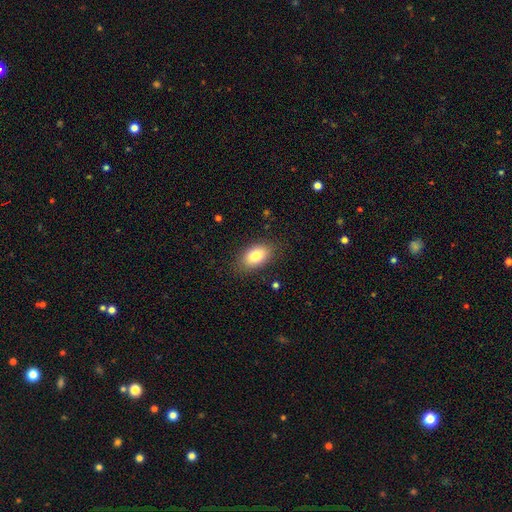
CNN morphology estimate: This is clearly a smooth galaxy (82%). How rounded: clearly in between (90%). Merging: clearly none (85%).